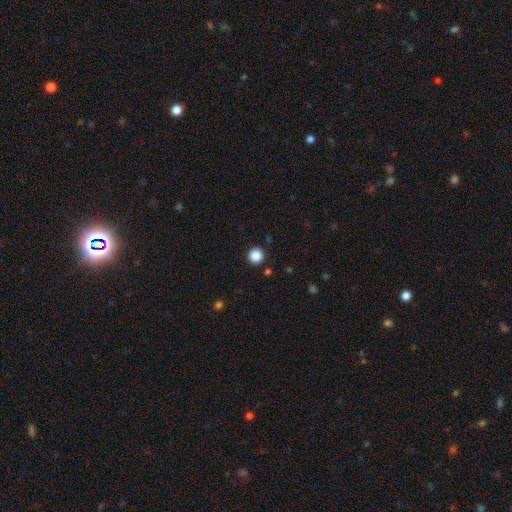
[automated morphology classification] This is clearly a smooth galaxy (86%). How rounded: clearly round (95%). Merging: clearly none (93%).